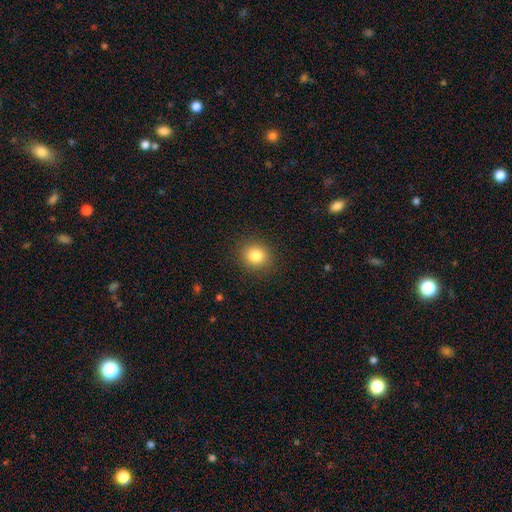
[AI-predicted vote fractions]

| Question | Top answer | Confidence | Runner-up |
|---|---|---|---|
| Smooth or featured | smooth | 83% | star or artifact (11%) |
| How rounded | round | 80% | in between (19%) |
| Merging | none | 89% | minor disturbance (7%) |